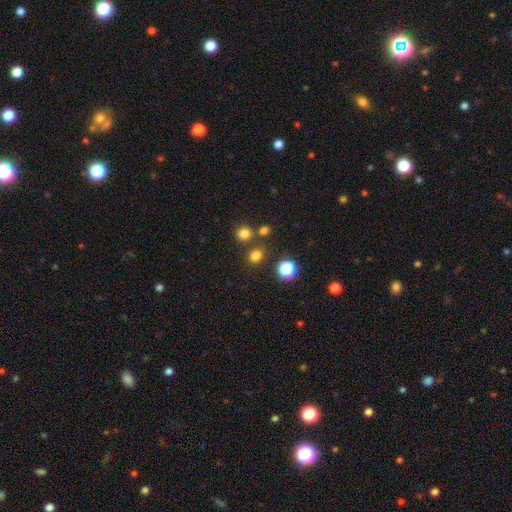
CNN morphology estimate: Smooth or featured? smooth (77%)
How rounded? round (70%)
Merging? none (79%)